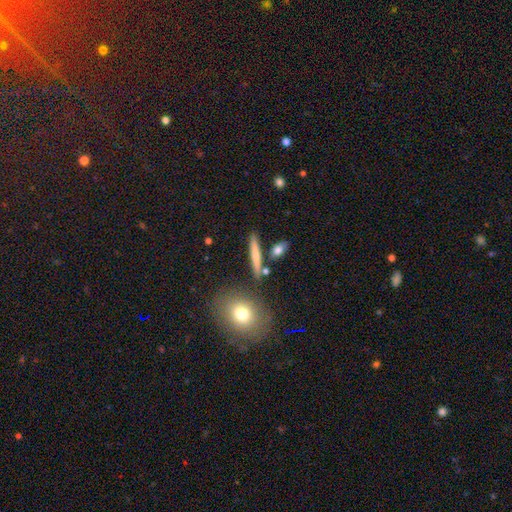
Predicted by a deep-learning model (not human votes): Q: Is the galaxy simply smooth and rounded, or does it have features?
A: smooth — 67%.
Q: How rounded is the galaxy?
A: cigar-shaped — 85%.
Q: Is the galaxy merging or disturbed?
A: none — 81%.